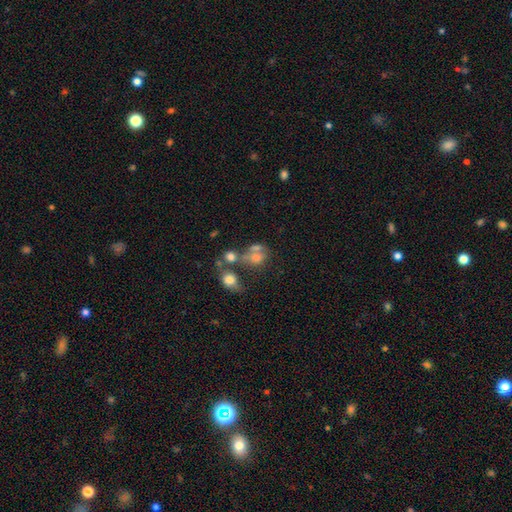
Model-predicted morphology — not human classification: This appears to be a smooth galaxy with no disk features (64%) that is in between round and cigar-shaped (54%). Merging: merger (48%).